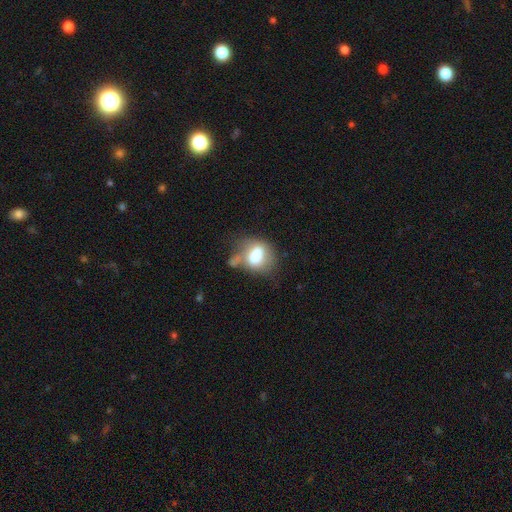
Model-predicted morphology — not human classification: Q: Smooth or featured?
A: smooth (67%); runner-up: featured or disk (23%)
Q: How rounded?
A: in between (63%); runner-up: round (34%)
Q: Merging?
A: none (38%); runner-up: minor disturbance (25%)